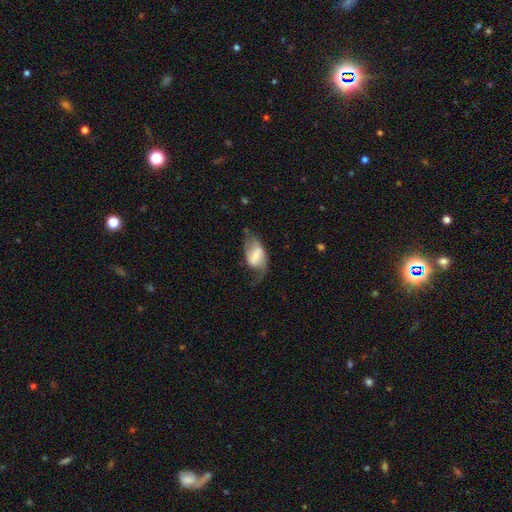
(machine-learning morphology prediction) Smooth or featured? Predicted: featured or disk (p=0.63). Edge-on disk? Predicted: no (p=0.95). Bar? Predicted: weak (p=0.43). Spiral arms? Predicted: yes (p=0.84). Bulge size? Predicted: small (p=0.32). Merging? Predicted: none (p=0.47).